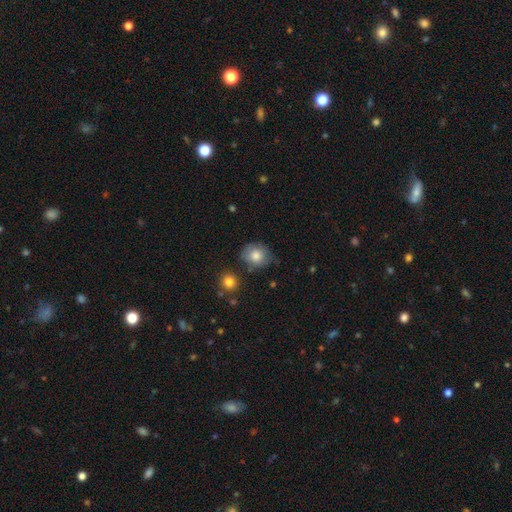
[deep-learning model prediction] smooth-or-featured: smooth: 77% | featured or disk: 15% | star or artifact: 8%
  how-rounded: round: 76% | in between: 23% | cigar-shaped: 1%
  merging: none: 65% | minor disturbance: 24% | major disturbance: 7% | merger: 4%